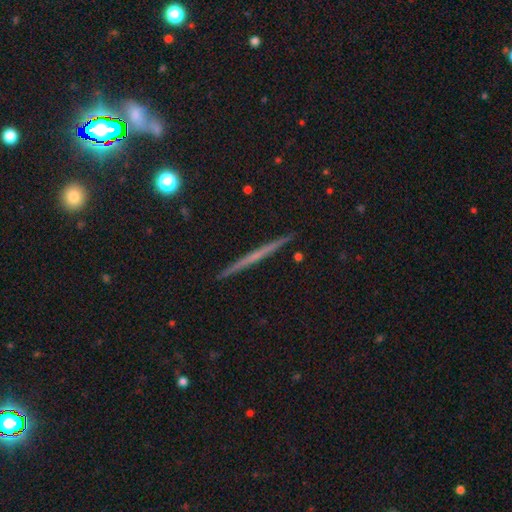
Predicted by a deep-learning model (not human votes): Q: Smooth or featured?
A: featured or disk (61%); runner-up: smooth (31%)
Q: Edge-on disk?
A: yes (98%); runner-up: no (2%)
Q: Edge-on bulge?
A: none (85%); runner-up: rounded (11%)
Q: Merging?
A: none (93%); runner-up: minor disturbance (5%)